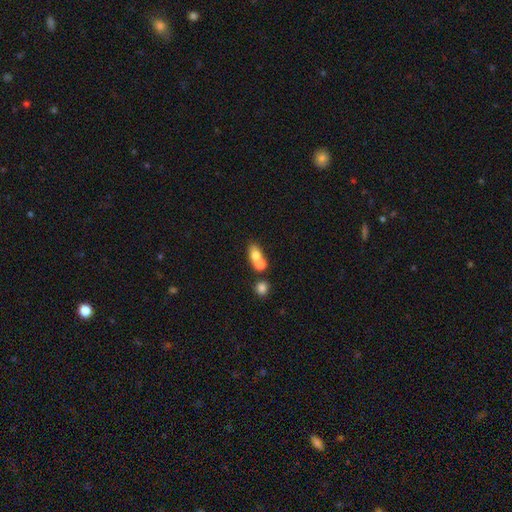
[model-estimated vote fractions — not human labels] Smooth or featured? Predicted: smooth (p=0.73). How rounded? Predicted: in between (p=0.64). Merging? Predicted: merger (p=0.58).